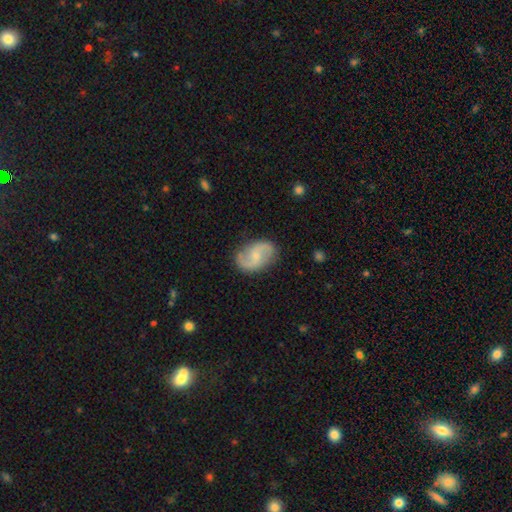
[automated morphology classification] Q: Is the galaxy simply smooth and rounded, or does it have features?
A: featured or disk — 79%.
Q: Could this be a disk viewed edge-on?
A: no — 98%.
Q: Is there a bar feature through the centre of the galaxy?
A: weak — 48%.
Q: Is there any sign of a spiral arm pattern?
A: yes — 95%.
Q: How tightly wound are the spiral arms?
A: loose — 48%.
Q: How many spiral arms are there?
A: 2 — 92%.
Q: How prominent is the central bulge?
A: small — 54%.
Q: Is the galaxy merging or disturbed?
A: none — 83%.